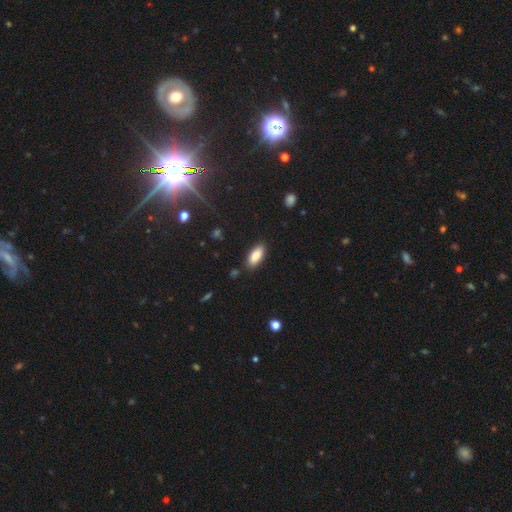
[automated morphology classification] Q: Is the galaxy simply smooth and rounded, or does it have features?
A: smooth — 88%.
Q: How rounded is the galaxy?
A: in between — 83%.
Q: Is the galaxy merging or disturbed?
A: none — 85%.